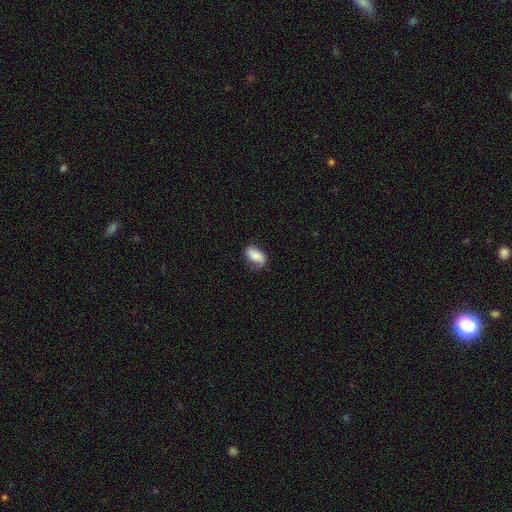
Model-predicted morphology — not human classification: Smooth or featured? Predicted: smooth (p=0.73). How rounded? Predicted: in between (p=0.90). Merging? Predicted: none (p=0.67).